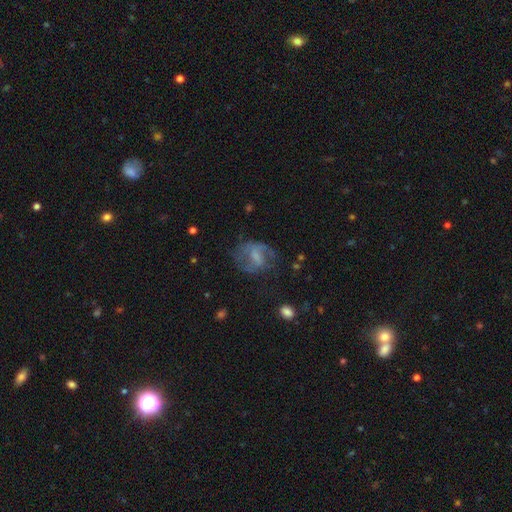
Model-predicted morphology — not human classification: Smooth or featured? Predicted: featured or disk (p=0.54). Edge-on disk? Predicted: no (p=0.97). Bar? Predicted: weak (p=0.47). Spiral arms? Predicted: yes (p=0.66). Bulge size? Predicted: none (p=0.39). Merging? Predicted: none (p=0.50).